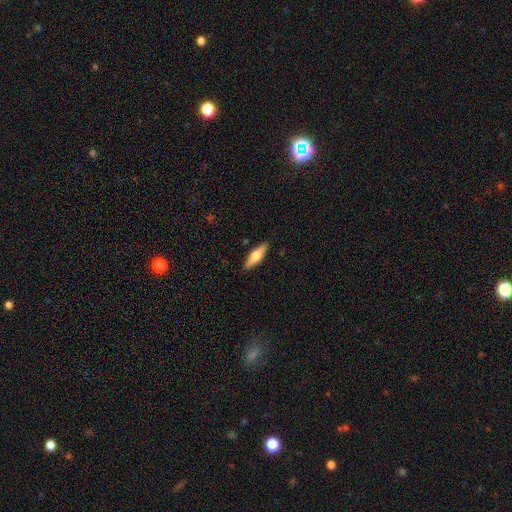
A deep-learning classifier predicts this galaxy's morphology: Smooth or featured? smooth (52%)
How rounded? cigar-shaped (57%)
Merging? none (89%)